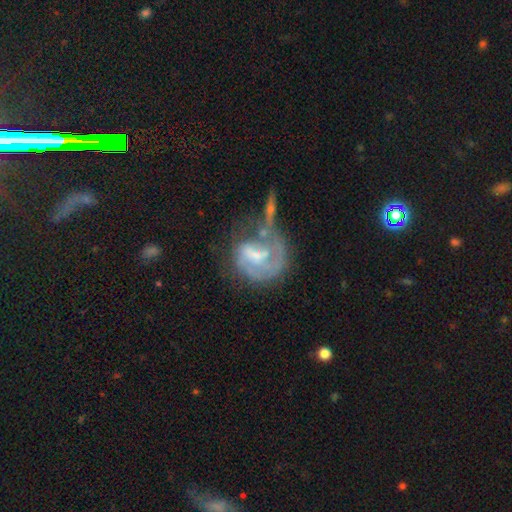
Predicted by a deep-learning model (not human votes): featured or disk 69%, smooth 22%, star or artifact 9%. Down the decision tree: edge-on disk — no (97%); bar — no (44%); spiral arms — yes (69%); bulge size — small (34%, tied with moderate); merging — major disturbance (34%).